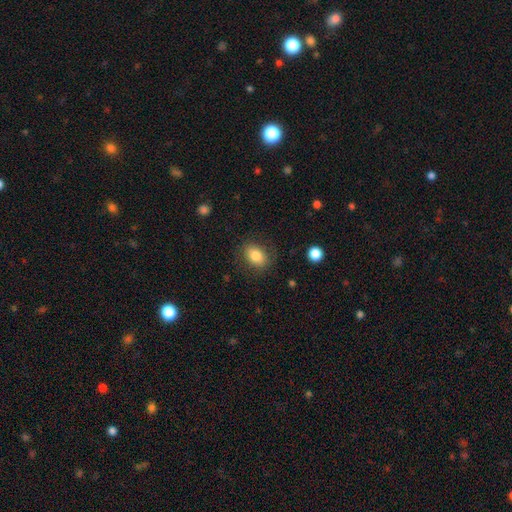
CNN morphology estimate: The model was most divided on "how rounded": in between: 68%, round: 31%, cigar-shaped: 1%. More confident: smooth or featured — smooth (82%); merging — none (80%).